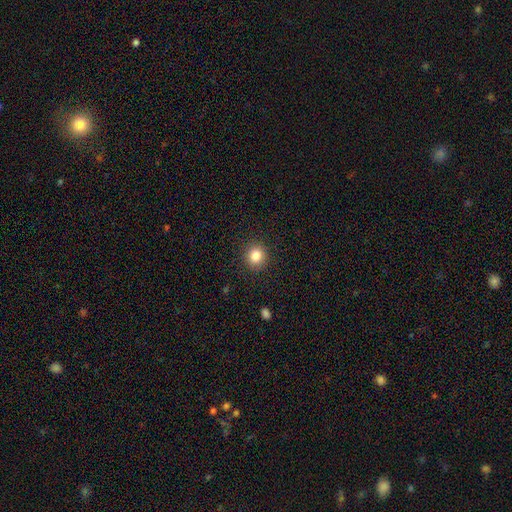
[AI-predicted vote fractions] Q: Smooth or featured?
A: smooth (83%); runner-up: star or artifact (11%)
Q: How rounded?
A: round (84%); runner-up: in between (15%)
Q: Merging?
A: none (90%); runner-up: minor disturbance (6%)